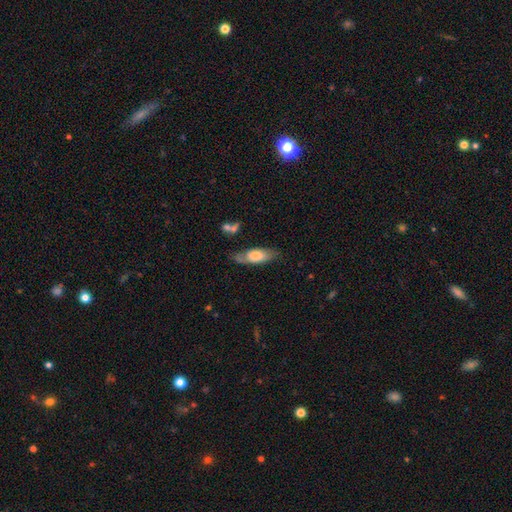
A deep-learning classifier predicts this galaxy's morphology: Smooth or featured?
  - smooth: 58% *
  - featured or disk: 35%
  - star or artifact: 6%
How rounded?
  - in between: 70% *
  - cigar-shaped: 28%
  - round: 3%
Merging?
  - none: 65% *
  - minor disturbance: 23%
  - major disturbance: 8%
  - merger: 4%